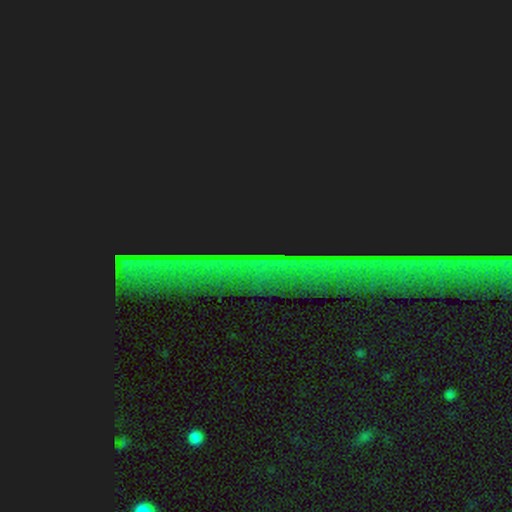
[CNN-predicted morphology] This is clearly a star or artifact rather than a galaxy (83%).